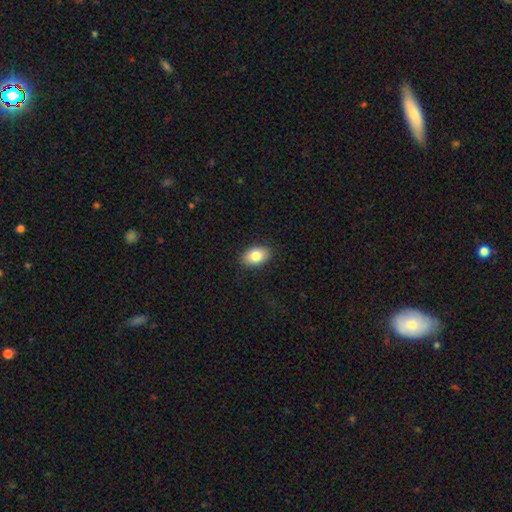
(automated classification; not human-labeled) Overall: smooth (83%). How rounded: in between (87%). Merging: none (88%).